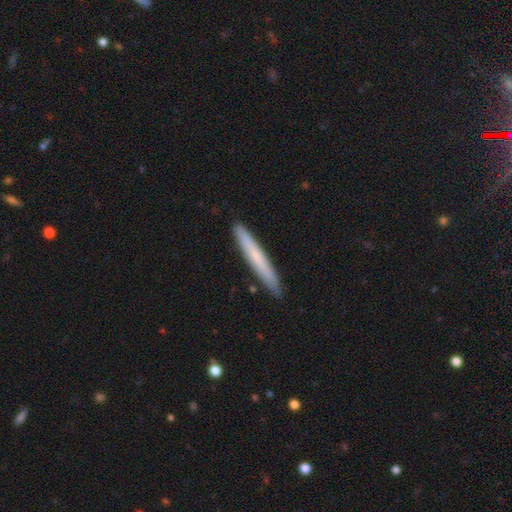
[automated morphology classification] This appears to be a smooth galaxy with no disk features (61%) that is cigar-shaped (96%). Merging: none (90%).